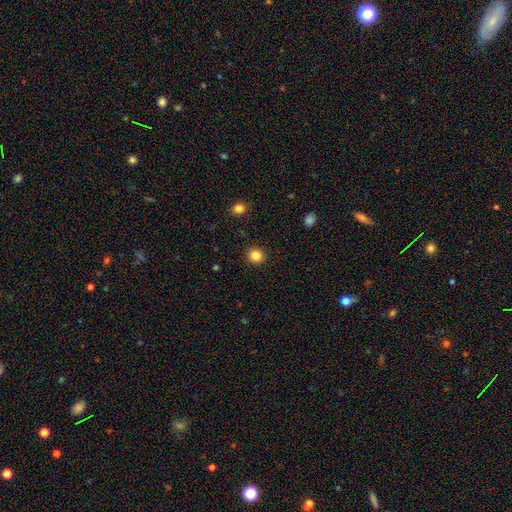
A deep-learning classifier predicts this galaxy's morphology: This is clearly a smooth galaxy (84%). How rounded: clearly round (90%). Merging: clearly none (91%).